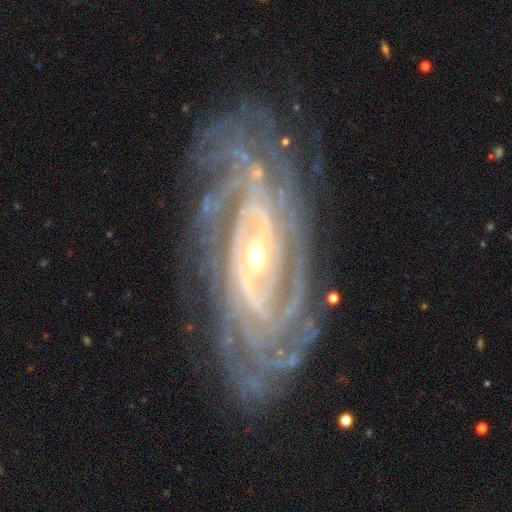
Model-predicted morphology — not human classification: Q: Smooth or featured?
A: featured or disk (92%); runner-up: star or artifact (5%)
Q: Edge-on disk?
A: no (94%); runner-up: yes (6%)
Q: Bar?
A: weak (35%); runner-up: no (34%)
Q: Spiral arms?
A: yes (98%); runner-up: no (2%)
Q: Spiral winding?
A: tight (80%); runner-up: medium (17%)
Q: Spiral arm count?
A: more than 4 (23%); tied with: can't tell (23%)
Q: Bulge size?
A: small (58%); runner-up: moderate (38%)
Q: Merging?
A: none (81%); runner-up: minor disturbance (13%)